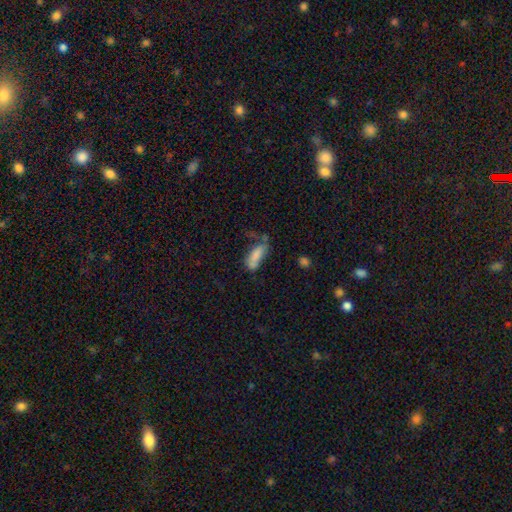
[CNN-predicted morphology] Smooth or featured: smooth — 75% (featured or disk — 16%)
How rounded: in between — 73% (cigar-shaped — 24%)
Merging: none — 32% (minor disturbance — 27%)